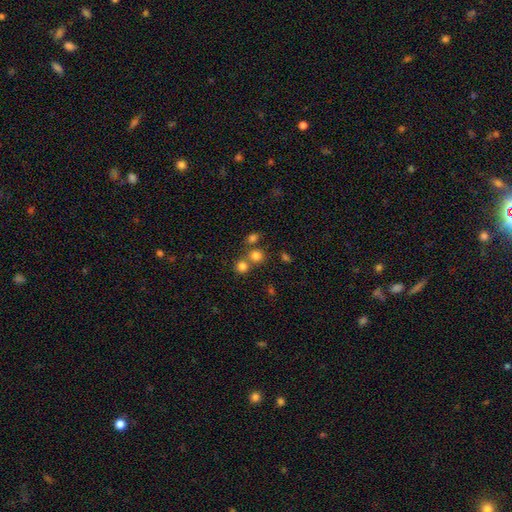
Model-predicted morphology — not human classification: Smooth or featured? smooth (77%)
How rounded? round (82%)
Merging? none (59%)